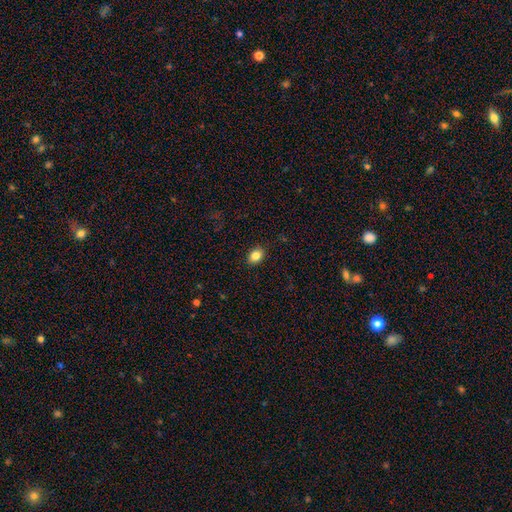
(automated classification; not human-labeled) smooth-or-featured: smooth: 85% | star or artifact: 9% | featured or disk: 6%
  how-rounded: in between: 75% | round: 24% | cigar-shaped: 1%
  merging: none: 89% | minor disturbance: 8% | major disturbance: 2% | merger: 1%